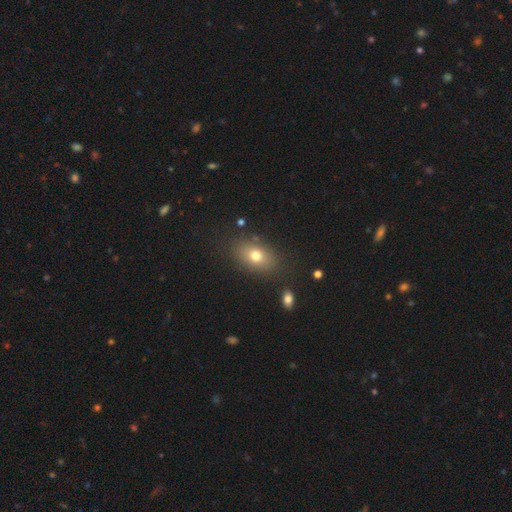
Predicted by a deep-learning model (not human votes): smooth-or-featured: smooth: 74% | featured or disk: 14% | star or artifact: 12%
  how-rounded: in between: 79% | round: 19% | cigar-shaped: 2%
  merging: none: 81% | minor disturbance: 12% | major disturbance: 5% | merger: 3%